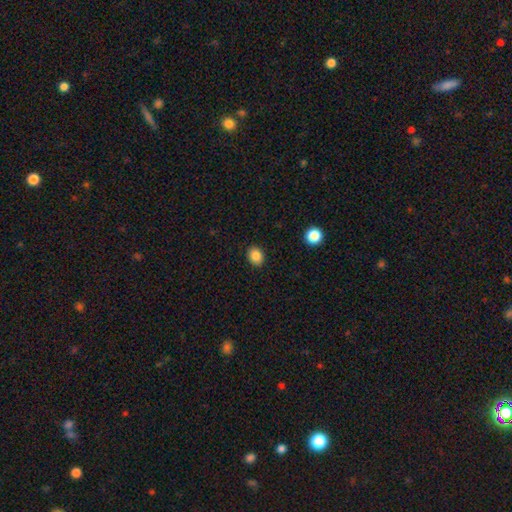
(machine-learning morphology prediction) Smooth or featured: smooth — 86% (star or artifact — 10%)
How rounded: in between — 56% (round — 43%)
Merging: none — 90% (minor disturbance — 7%)